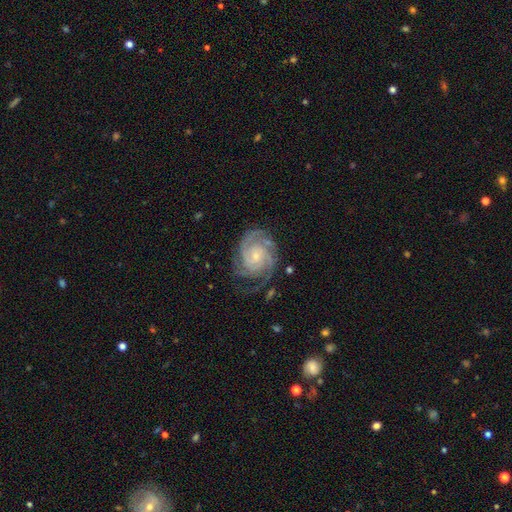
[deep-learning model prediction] Smooth or featured? Predicted: featured or disk (p=0.90). Edge-on disk? Predicted: no (p=0.98). Bar? Predicted: no (p=0.66). Spiral arms? Predicted: yes (p=0.98). Spiral winding? Predicted: tight (p=0.69). Spiral arm count? Predicted: 3 (p=0.34). Bulge size? Predicted: small (p=0.69). Merging? Predicted: none (p=0.68).